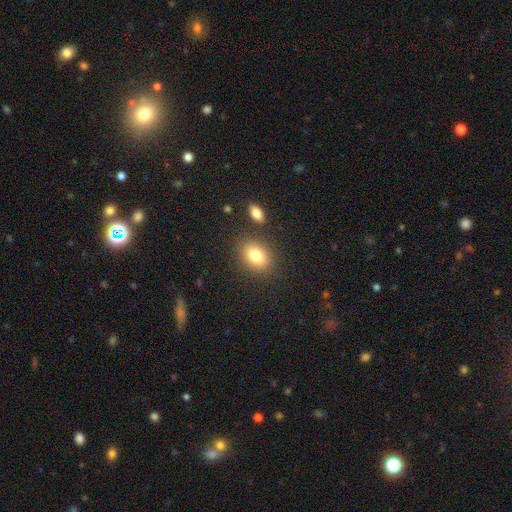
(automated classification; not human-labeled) A smooth galaxy with no disk features (81%) that is in between round and cigar-shaped (71%).

Vote fractions:
- Smooth or featured? smooth: 81% / star or artifact: 9% / featured or disk: 9%
- How rounded? in between: 71% / round: 27% / cigar-shaped: 1%
- Merging? none: 82% / minor disturbance: 10% / merger: 5% / major disturbance: 3%